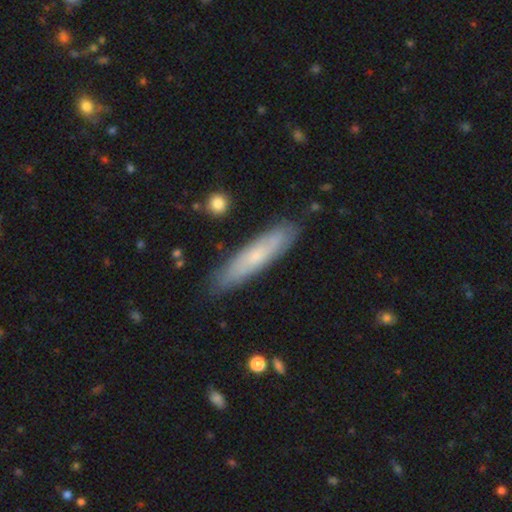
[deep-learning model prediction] Smooth or featured: smooth — 51% (featured or disk — 43%)
How rounded: cigar-shaped — 84% (in between — 15%)
Merging: none — 83% (minor disturbance — 13%)